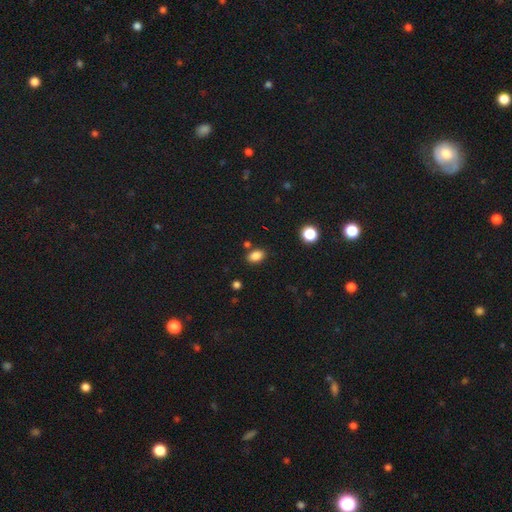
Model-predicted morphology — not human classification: smooth-or-featured: smooth: 85% | star or artifact: 10% | featured or disk: 4%
  how-rounded: in between: 84% | round: 14% | cigar-shaped: 2%
  merging: none: 81% | minor disturbance: 11% | merger: 6% | major disturbance: 3%